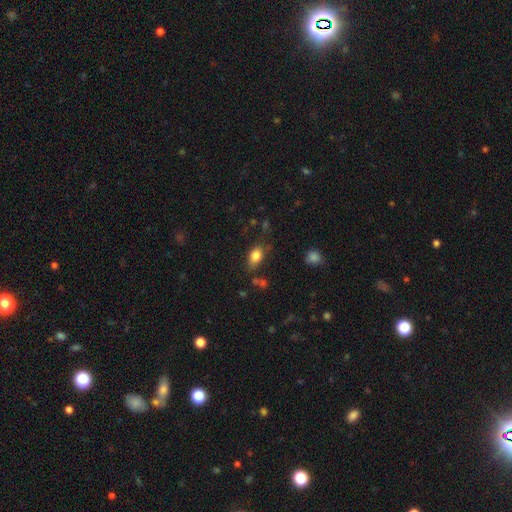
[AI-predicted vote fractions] smooth 83%, star or artifact 9%, featured or disk 8%. Down the decision tree: how rounded — in between (83%); merging — none (71%).